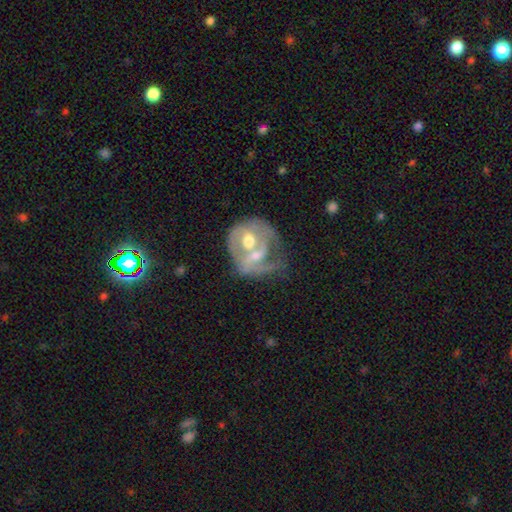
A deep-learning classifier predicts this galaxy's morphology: type=featured or disk (65%); edge-on=no (96%); bar=no (58%); spiral arms=yes (58%); bulge=moderate (72%); merging=merger (62%).